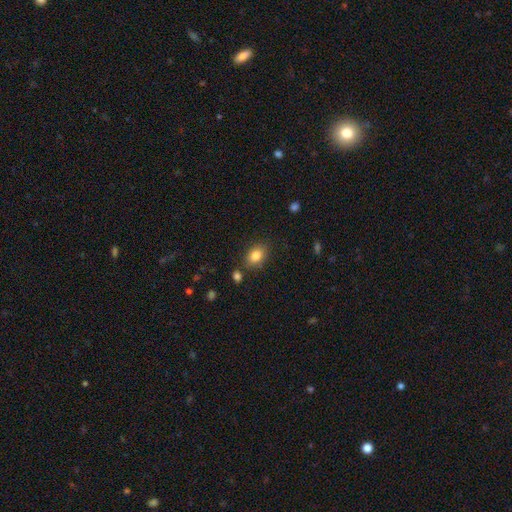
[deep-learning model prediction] A smooth galaxy with no disk features (84%) that is in between round and cigar-shaped (78%). Merging: none (80%).